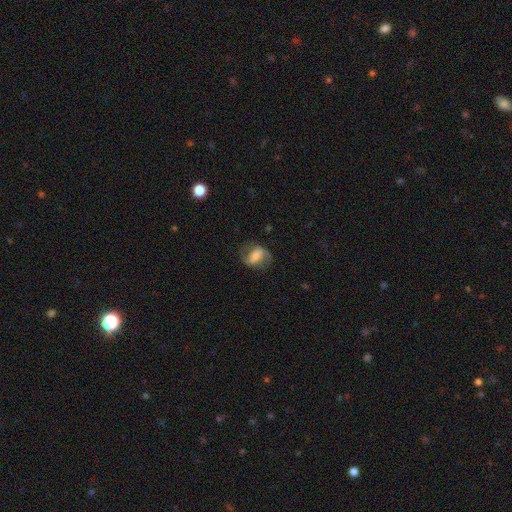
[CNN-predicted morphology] featured or disk 60%, smooth 32%, star or artifact 8%. Down the decision tree: edge-on disk — no (95%); bar — strong (41%); spiral arms — yes (86%); bulge size — small (34%); merging — none (69%).